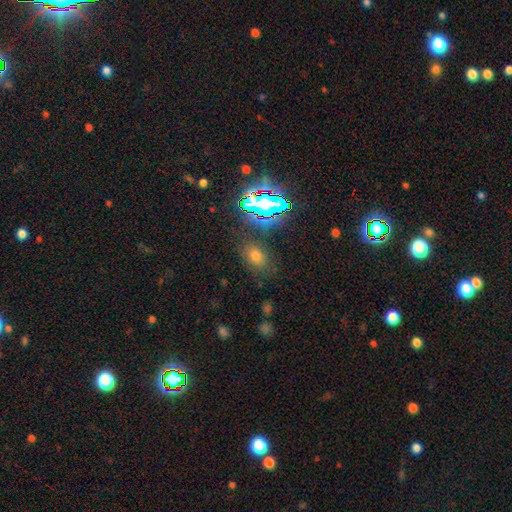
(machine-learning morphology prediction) The model was most divided on "smooth or featured": smooth: 63%, star or artifact: 28%, featured or disk: 9%. More confident: merging — none (81%); how rounded — in between (79%).